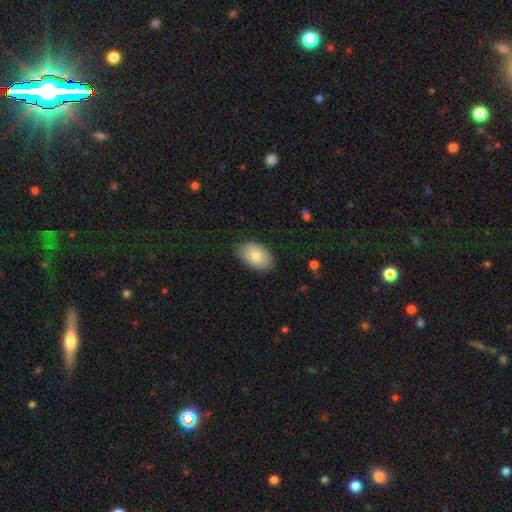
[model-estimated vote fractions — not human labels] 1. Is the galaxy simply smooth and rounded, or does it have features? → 82% smooth, 12% featured or disk, 6% star or artifact.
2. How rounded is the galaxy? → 91% in between, 8% round, 1% cigar-shaped.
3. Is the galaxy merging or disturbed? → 83% none, 14% minor disturbance, 3% major disturbance, 1% merger.